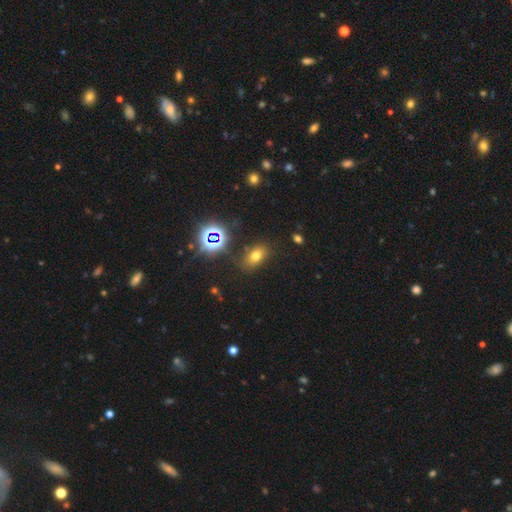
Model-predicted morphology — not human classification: This is likely a smooth galaxy (63%). How rounded: clearly in between (82%). Merging: clearly none (80%).